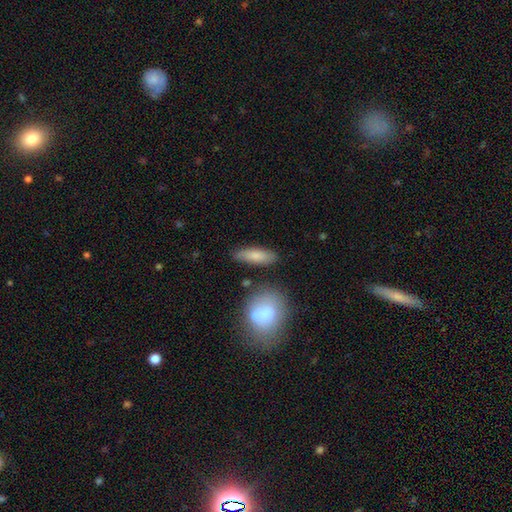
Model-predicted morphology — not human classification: Overall: smooth (78%). How rounded: in between (53%; cigar-shaped 43%). Merging: none (76%).